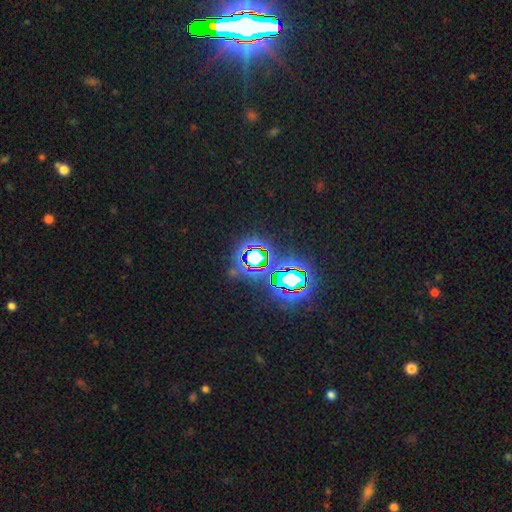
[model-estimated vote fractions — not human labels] smooth_or_featured: star or artifact (p=0.80) [alt: smooth p=0.12]